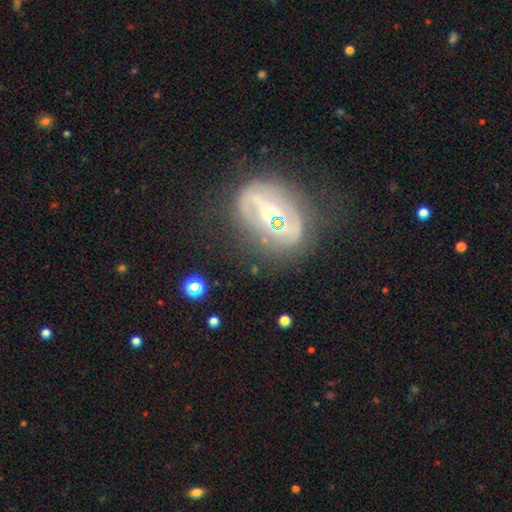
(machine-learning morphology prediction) A featured or disk galaxy (71%) with a strong bar (38%), no spiral arms (57%) and a moderate central bulge (52%). Merging: none (60%).